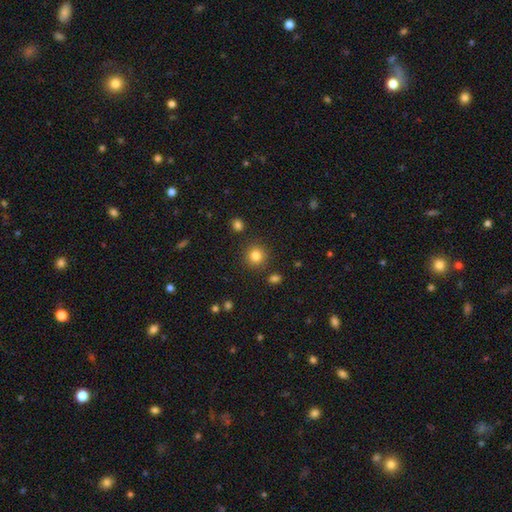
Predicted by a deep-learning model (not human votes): Smooth or featured?
  - smooth: 83% *
  - star or artifact: 12%
  - featured or disk: 5%
How rounded?
  - round: 91% *
  - in between: 8%
  - cigar-shaped: 1%
Merging?
  - none: 87% *
  - minor disturbance: 7%
  - merger: 3%
  - major disturbance: 3%